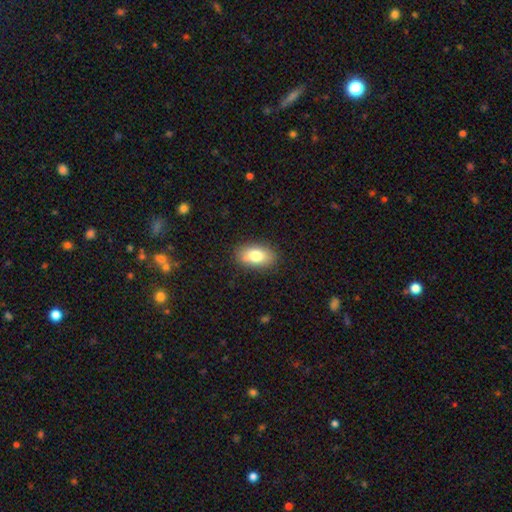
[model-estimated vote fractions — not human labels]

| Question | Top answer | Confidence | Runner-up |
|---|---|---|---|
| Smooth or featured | smooth | 79% | featured or disk (14%) |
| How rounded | in between | 91% | round (7%) |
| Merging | none | 85% | minor disturbance (11%) |